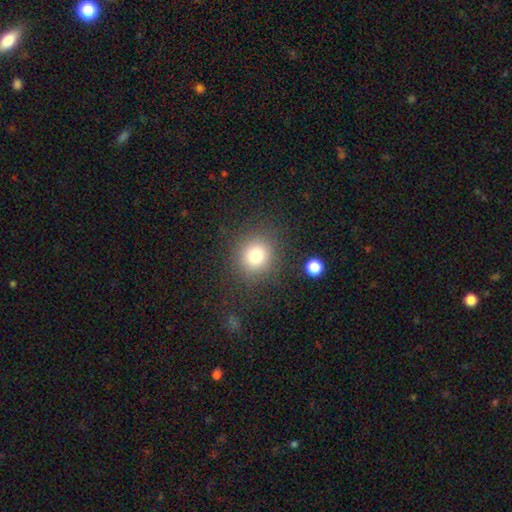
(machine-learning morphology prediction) Smooth or featured? Predicted: smooth (p=0.77). How rounded? Predicted: round (p=0.87). Merging? Predicted: none (p=0.86).